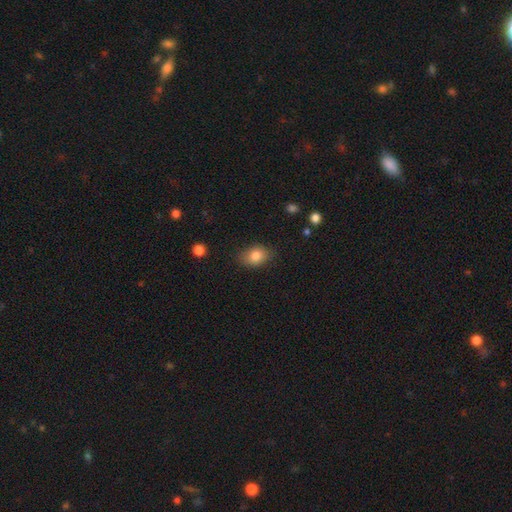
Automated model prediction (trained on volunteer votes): smooth 82%, featured or disk 9%, star or artifact 9%. Down the decision tree: how rounded — in between (73%); merging — none (78%).